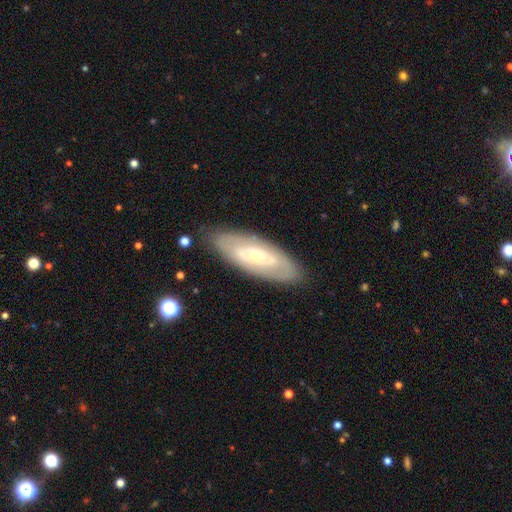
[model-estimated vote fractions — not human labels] smooth_or_featured: featured or disk (p=0.63) [alt: smooth p=0.31]
disk_edge_on: no (p=0.84) [alt: yes p=0.16]
bar: no (p=0.63) [alt: weak p=0.25]
has_spiral_arms: no (p=0.55) [alt: yes p=0.45]
bulge_size: small (p=0.63) [alt: moderate p=0.32]
merging: none (p=0.83) [alt: minor disturbance p=0.12]